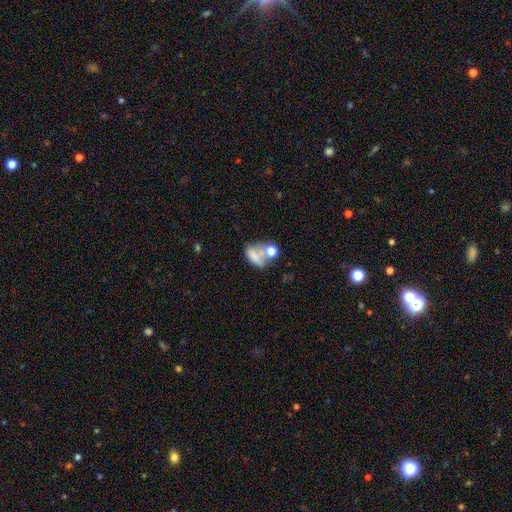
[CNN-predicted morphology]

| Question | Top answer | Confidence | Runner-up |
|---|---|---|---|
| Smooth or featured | smooth | 63% | featured or disk (23%) |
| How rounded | in between | 75% | round (21%) |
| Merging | merger | 44% | none (25%) |